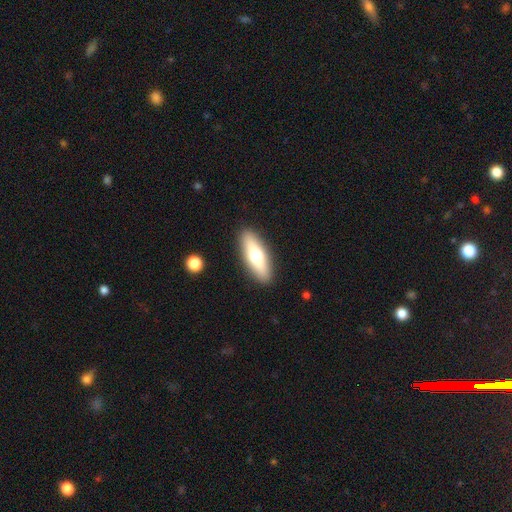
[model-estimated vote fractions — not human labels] smooth-or-featured: smooth: 57% | featured or disk: 36% | star or artifact: 6%
  how-rounded: in between: 51% | cigar-shaped: 46% | round: 3%
  merging: none: 89% | minor disturbance: 7% | major disturbance: 2% | merger: 1%